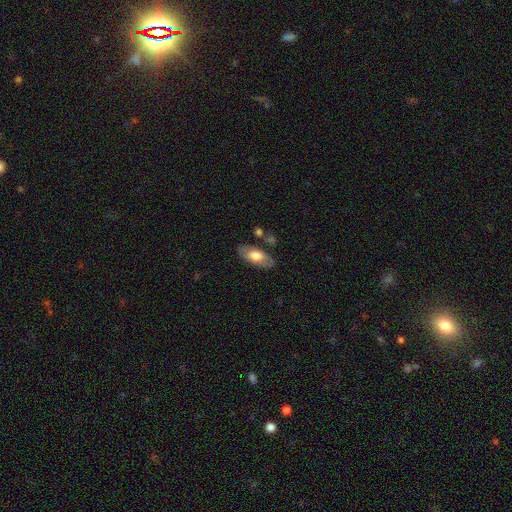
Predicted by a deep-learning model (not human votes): Morphology: type=smooth (62%); roundness=in between (90%); merging=none (78%).